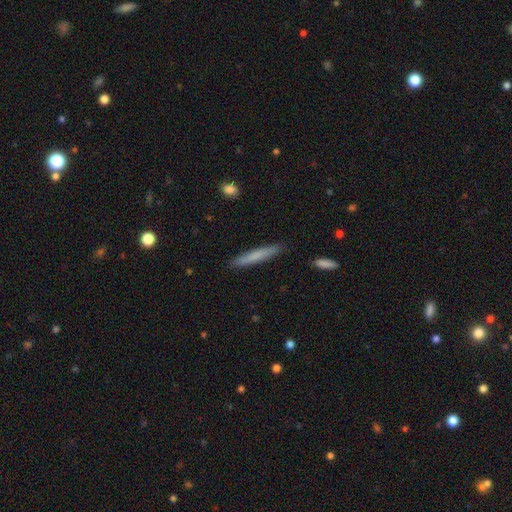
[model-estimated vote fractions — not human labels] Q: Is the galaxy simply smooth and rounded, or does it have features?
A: smooth — 72%.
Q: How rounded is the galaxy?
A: cigar-shaped — 95%.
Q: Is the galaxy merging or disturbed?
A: none — 88%.